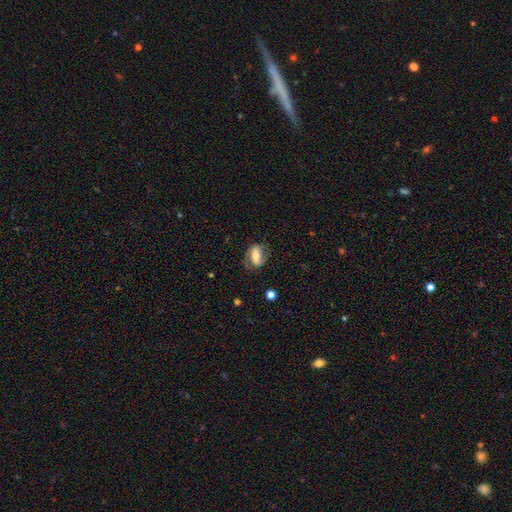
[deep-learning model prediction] The model was most divided on "bar": strong: 44%, weak: 29%, no: 27%. More confident: edge-on disk — no (92%); spiral arms — yes (73%); merging — none (63%); bulge size — moderate (58%); smooth or featured — featured or disk (55%).